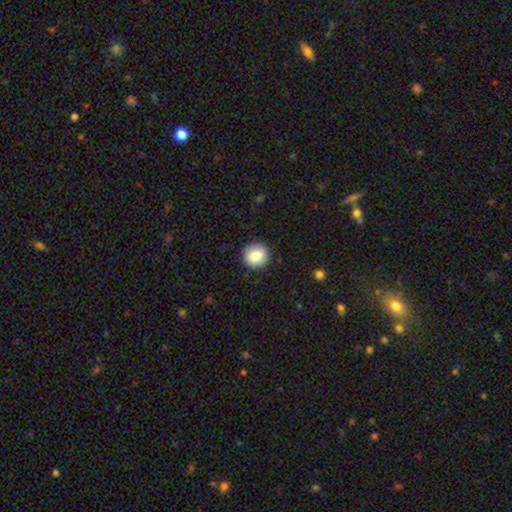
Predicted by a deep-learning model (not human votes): smooth-or-featured: smooth: 83% | featured or disk: 9% | star or artifact: 8%
  how-rounded: round: 93% | in between: 6% | cigar-shaped: 1%
  merging: none: 92% | minor disturbance: 5% | major disturbance: 2% | merger: 1%